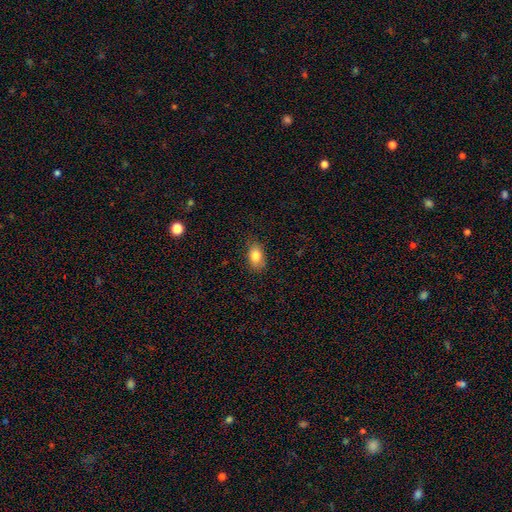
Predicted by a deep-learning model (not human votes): Smooth or featured? smooth (83%)
How rounded? in between (86%)
Merging? none (81%)